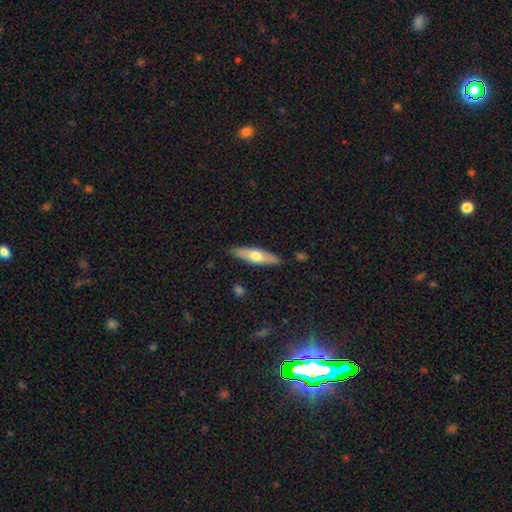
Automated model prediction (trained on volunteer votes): This appears to be a smooth galaxy with no disk features (54%) that is cigar-shaped (60%). Merging: none (86%).